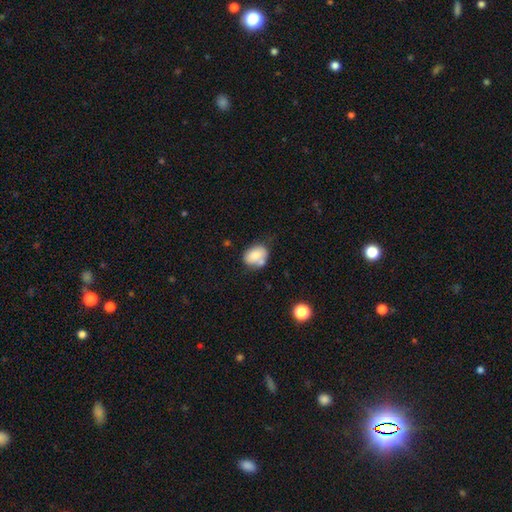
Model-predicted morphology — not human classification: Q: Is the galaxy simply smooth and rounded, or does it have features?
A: smooth — 77%.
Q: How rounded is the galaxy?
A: in between — 65%.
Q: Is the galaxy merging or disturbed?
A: none — 49%.